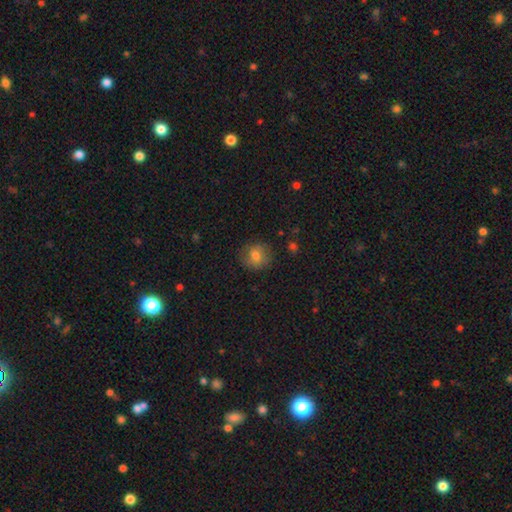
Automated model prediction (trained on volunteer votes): A smooth galaxy with no disk features (75%) that is round (83%).

Vote fractions:
- Smooth or featured? smooth: 75% / featured or disk: 15% / star or artifact: 10%
- How rounded? round: 83% / in between: 16% / cigar-shaped: 1%
- Merging? none: 82% / minor disturbance: 13% / major disturbance: 4% / merger: 1%